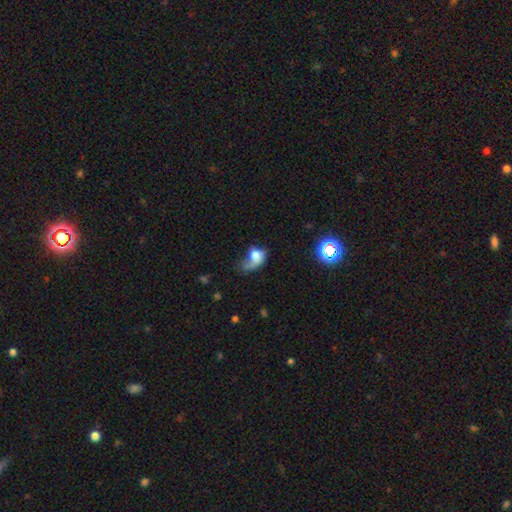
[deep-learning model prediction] A smooth galaxy with no disk features (59%) that is in between round and cigar-shaped (69%). Merging: major disturbance (50%).